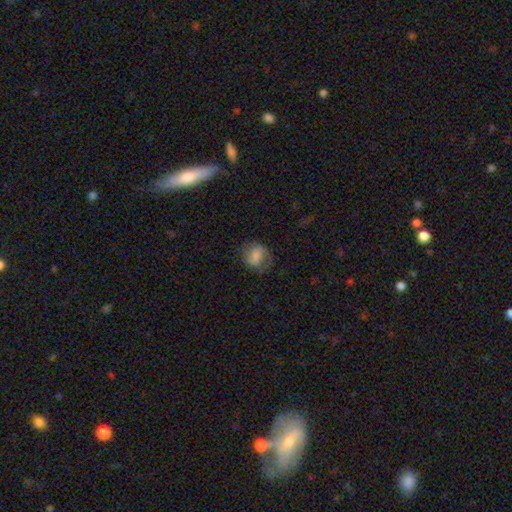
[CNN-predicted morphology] This is likely a smooth galaxy (63%). How rounded: likely round (63%). Merging: likely none (68%).